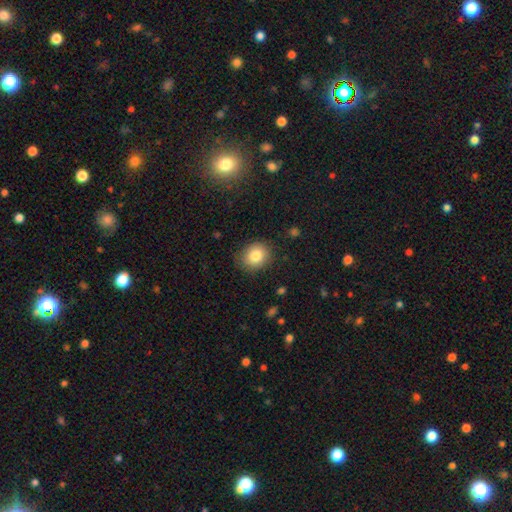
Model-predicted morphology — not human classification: Smooth or featured: smooth — 82% (star or artifact — 10%)
How rounded: round — 71% (in between — 28%)
Merging: none — 86% (minor disturbance — 11%)